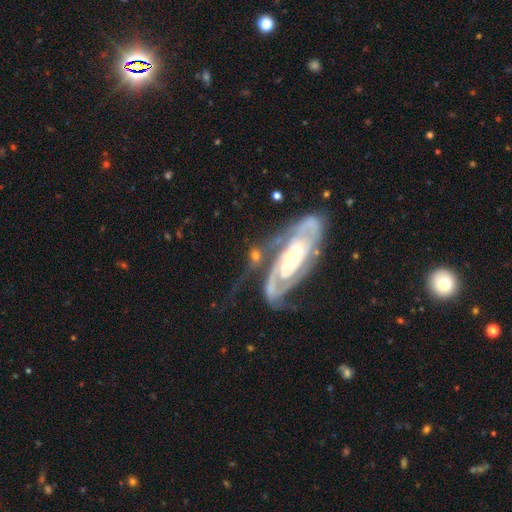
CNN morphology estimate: type=featured or disk (70%); edge-on=no (90%); bar=no (62%); spiral arms=yes (85%); winding=tight (49%); arm count=2 (63%); bulge=moderate (56%); merging=none (40%).